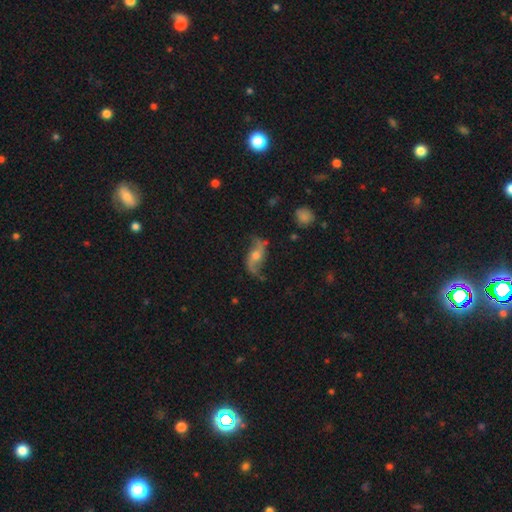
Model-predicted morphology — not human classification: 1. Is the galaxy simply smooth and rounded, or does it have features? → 79% featured or disk, 14% smooth, 7% star or artifact.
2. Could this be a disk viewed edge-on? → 90% no, 10% yes.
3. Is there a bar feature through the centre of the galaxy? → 56% no, 32% weak, 12% strong.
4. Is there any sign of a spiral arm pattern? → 92% yes, 8% no.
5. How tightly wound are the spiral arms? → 86% loose, 11% medium, 3% tight.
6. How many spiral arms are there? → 92% 2, 3% 1, 3% can't tell, 1% 3, 1% 4, 1% more than 4.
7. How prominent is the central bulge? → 62% moderate, 24% small, 9% large, 3% none, 2% dominant.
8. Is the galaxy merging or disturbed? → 68% none, 19% minor disturbance, 10% major disturbance, 3% merger.